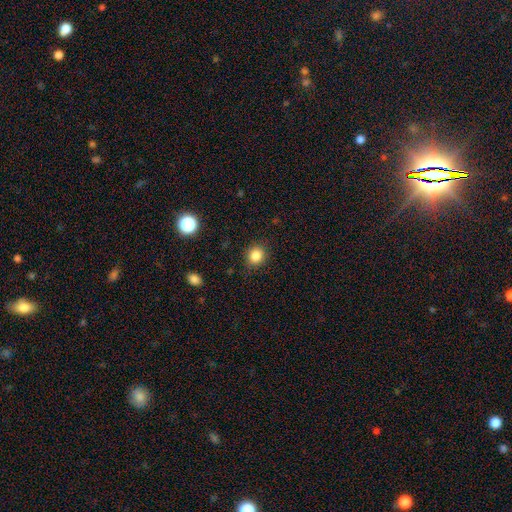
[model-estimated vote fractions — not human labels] smooth-or-featured: smooth: 84% | star or artifact: 11% | featured or disk: 5%
  how-rounded: round: 79% | in between: 21% | cigar-shaped: 1%
  merging: none: 88% | minor disturbance: 8% | major disturbance: 3% | merger: 1%